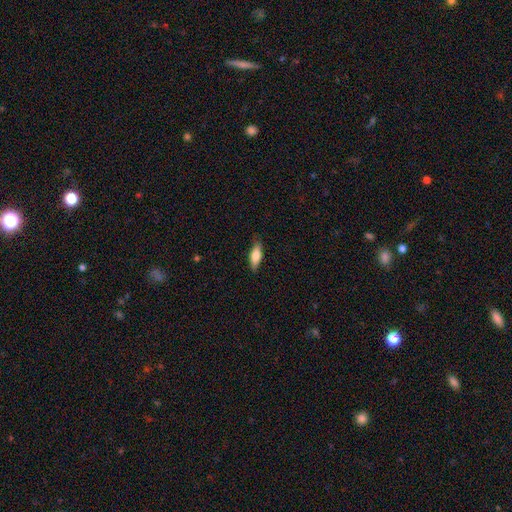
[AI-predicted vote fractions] This appears to be a smooth galaxy with no disk features (72%) that is in between round and cigar-shaped (63%). Merging: none (82%).